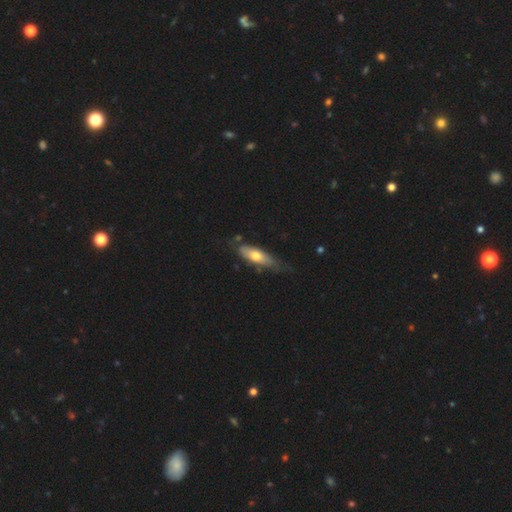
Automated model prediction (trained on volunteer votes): smooth-or-featured: smooth: 60% | featured or disk: 35% | star or artifact: 5%
  how-rounded: in between: 56% | cigar-shaped: 41% | round: 2%
  merging: none: 54% | minor disturbance: 33% | major disturbance: 10% | merger: 4%